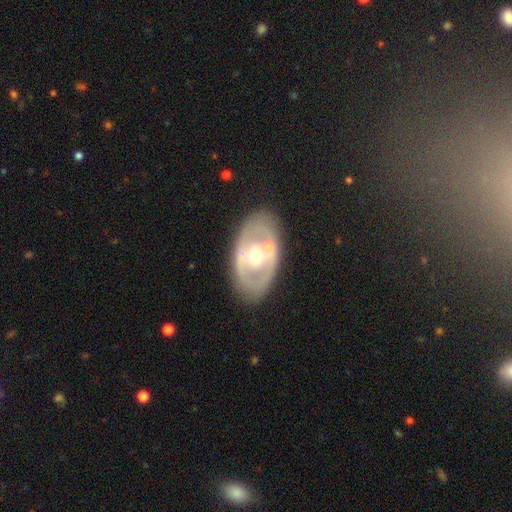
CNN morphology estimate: featured or disk 69%, smooth 25%, star or artifact 5%. Down the decision tree: edge-on disk — no (92%); bar — no (61%); spiral arms — no (71%); bulge size — moderate (67%); merging — none (75%).